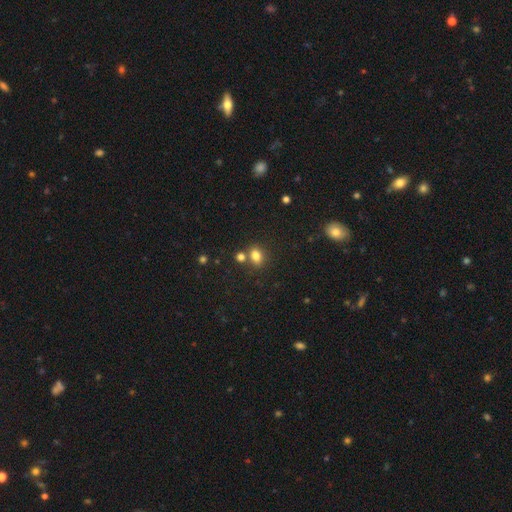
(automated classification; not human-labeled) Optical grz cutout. It shows a smooth galaxy with no disk features (80%) that is in between round and cigar-shaped (62%). Merging: none (65%).